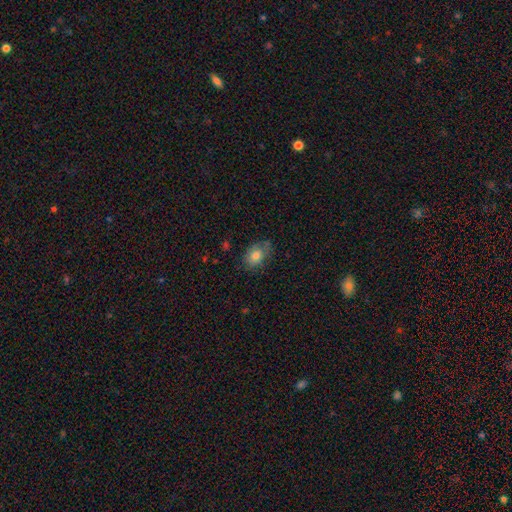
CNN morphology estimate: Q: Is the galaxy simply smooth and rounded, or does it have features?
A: smooth — 79%.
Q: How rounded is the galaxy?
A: in between — 74%.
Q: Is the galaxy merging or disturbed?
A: none — 66%.